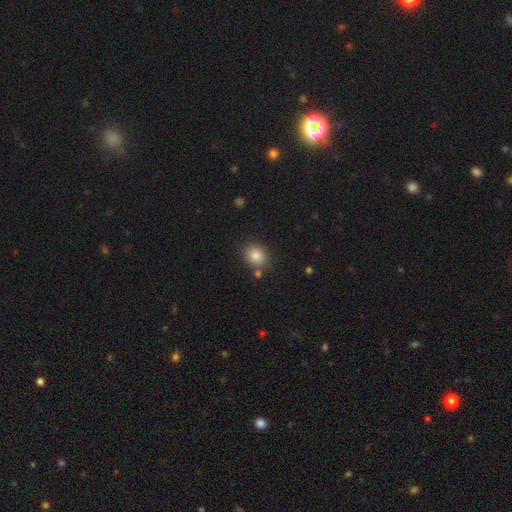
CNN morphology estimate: Smooth or featured: smooth — 84% (star or artifact — 10%)
How rounded: round — 60% (in between — 39%)
Merging: none — 79% (minor disturbance — 11%)